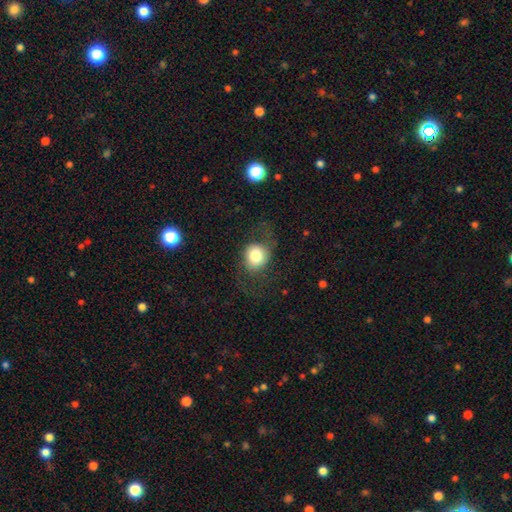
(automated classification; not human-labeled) Q: Smooth or featured?
A: smooth (71%); runner-up: featured or disk (20%)
Q: How rounded?
A: round (74%); runner-up: in between (25%)
Q: Merging?
A: none (60%); runner-up: major disturbance (20%)